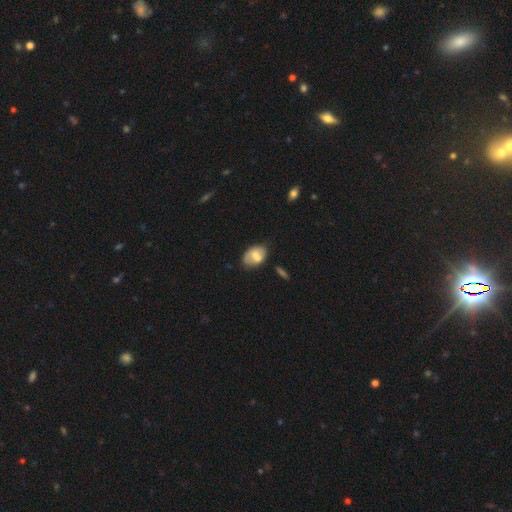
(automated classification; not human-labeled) This is possibly a smooth galaxy (58%). How rounded: clearly in between (81%). Merging: possibly none (52%).